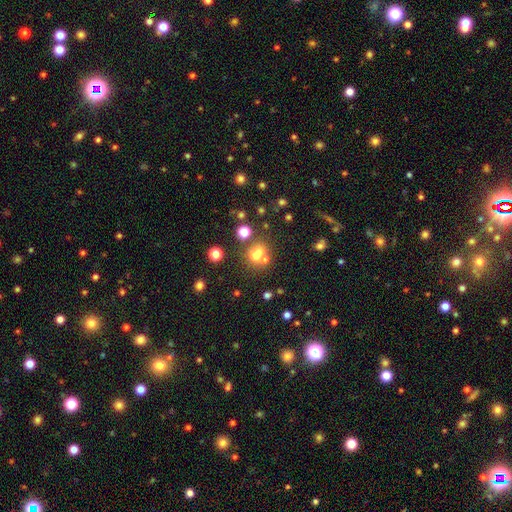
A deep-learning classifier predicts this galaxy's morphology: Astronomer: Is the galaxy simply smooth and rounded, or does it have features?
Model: smooth — 61%.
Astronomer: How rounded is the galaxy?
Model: round — 66%.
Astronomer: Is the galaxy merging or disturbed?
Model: none — 44% (runner-up: merger, 40%).